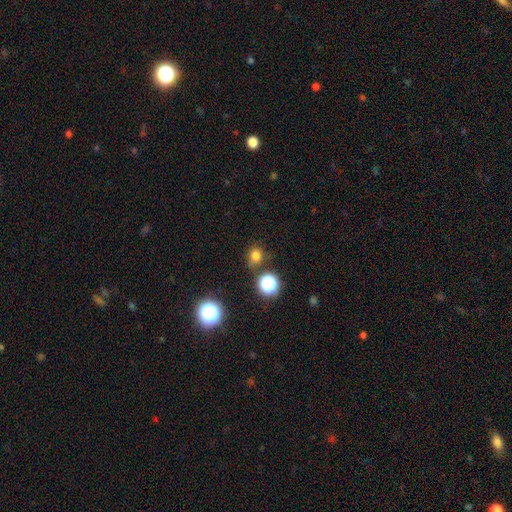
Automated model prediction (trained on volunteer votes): Smooth or featured?
  - smooth: 74% *
  - star or artifact: 20%
  - featured or disk: 6%
How rounded?
  - round: 76% *
  - in between: 23%
  - cigar-shaped: 1%
Merging?
  - none: 75% *
  - minor disturbance: 14%
  - merger: 6%
  - major disturbance: 5%